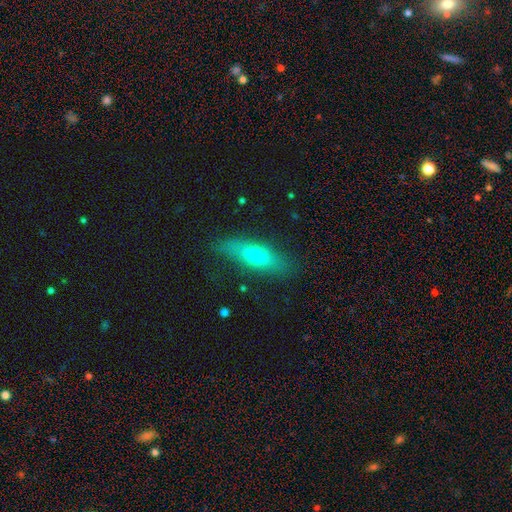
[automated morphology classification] Smooth or featured: smooth — 61% (featured or disk — 29%)
How rounded: in between — 49% (cigar-shaped — 45%)
Merging: none — 77% (minor disturbance — 15%)